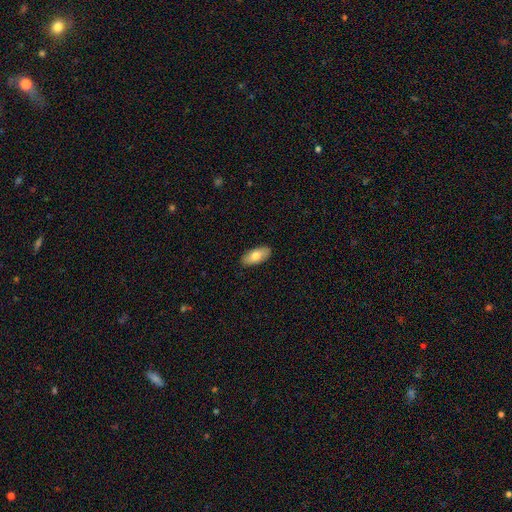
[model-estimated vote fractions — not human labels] This is likely a smooth galaxy (75%). How rounded: clearly in between (90%). Merging: clearly none (90%).